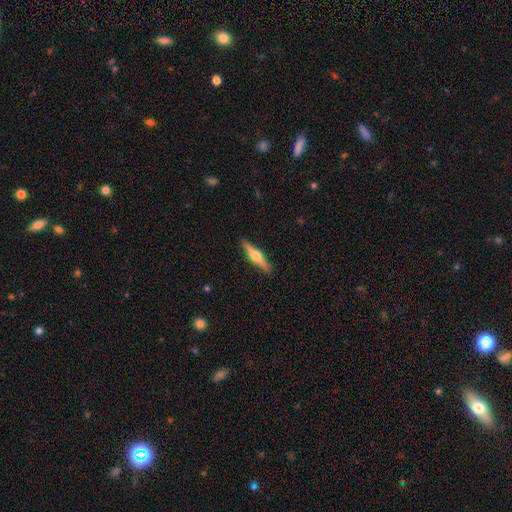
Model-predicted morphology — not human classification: smooth_or_featured: featured or disk (p=0.67) [alt: smooth p=0.27]
disk_edge_on: yes (p=0.97) [alt: no p=0.03]
edge_on_bulge: rounded (p=0.94) [alt: boxy p=0.04]
merging: none (p=0.91) [alt: minor disturbance p=0.06]